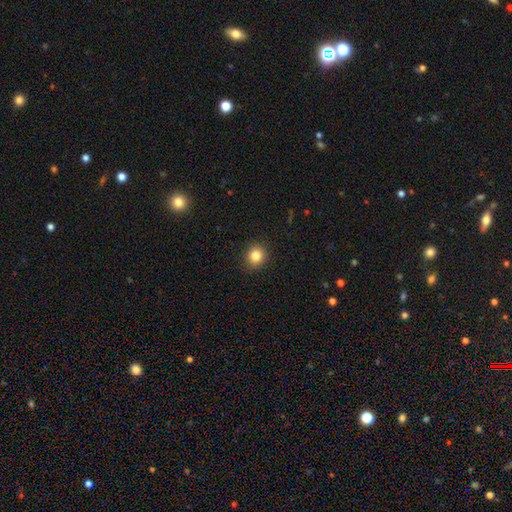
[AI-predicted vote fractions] A smooth galaxy with no disk features (84%) that is round (87%).

Vote fractions:
- Smooth or featured? smooth: 84% / star or artifact: 11% / featured or disk: 5%
- How rounded? round: 87% / in between: 13% / cigar-shaped: 1%
- Merging? none: 91% / minor disturbance: 6% / major disturbance: 2% / merger: 1%